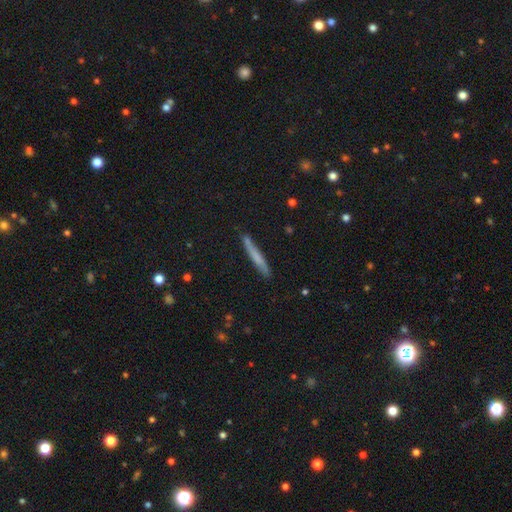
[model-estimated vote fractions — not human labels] Smooth or featured: smooth — 60% (featured or disk — 32%)
How rounded: cigar-shaped — 96% (in between — 3%)
Merging: none — 85% (minor disturbance — 11%)